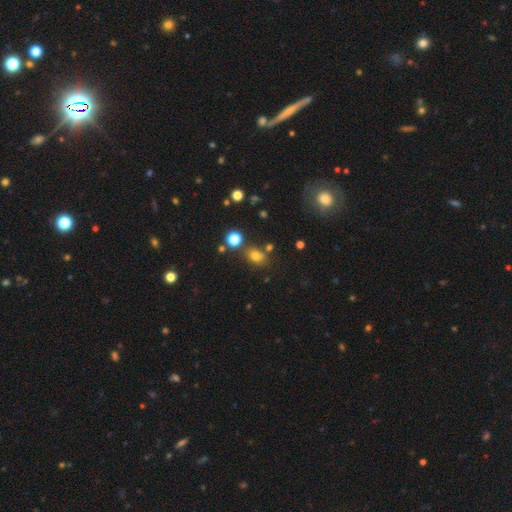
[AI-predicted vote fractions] smooth_or_featured: smooth (p=0.74) [alt: star or artifact p=0.18]
how_rounded: in between (p=0.60) [alt: round p=0.38]
merging: none (p=0.72) [alt: minor disturbance p=0.13]